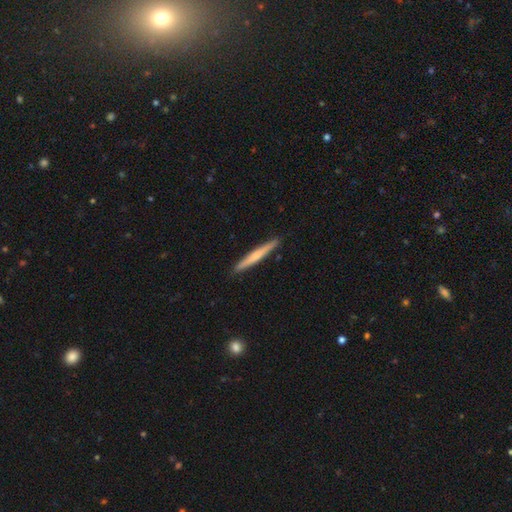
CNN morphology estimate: Smooth or featured? smooth (53%)
How rounded? cigar-shaped (97%)
Merging? none (91%)